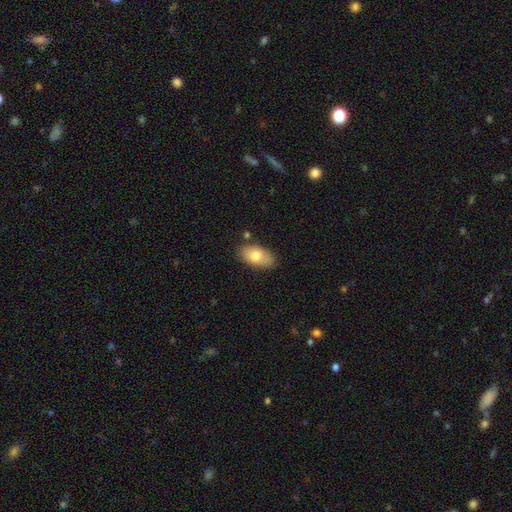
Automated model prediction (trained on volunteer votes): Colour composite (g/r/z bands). It shows a smooth galaxy with no disk features (77%) that is in between round and cigar-shaped (92%). Merging: none (79%).